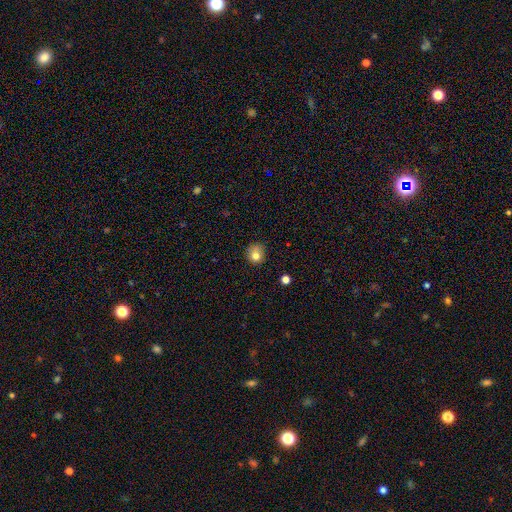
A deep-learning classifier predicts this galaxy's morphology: type=smooth (79%); roundness=round (80%); merging=none (65%).